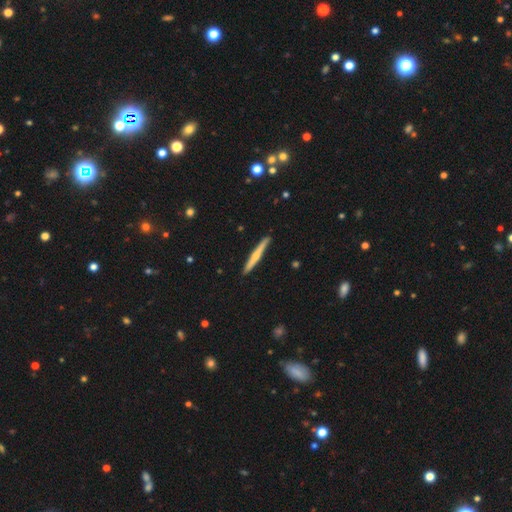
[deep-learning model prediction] A featured or disk galaxy (53%) viewed edge-on (97%) with a rounded central bulge (69%). Merging: none (90%).